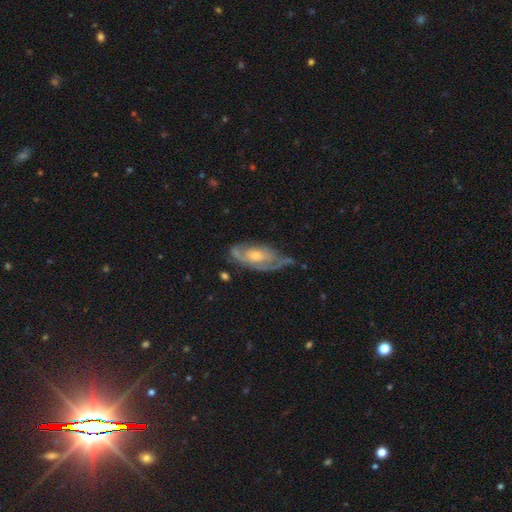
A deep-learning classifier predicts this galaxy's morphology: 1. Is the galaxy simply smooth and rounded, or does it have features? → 78% featured or disk, 16% smooth, 6% star or artifact.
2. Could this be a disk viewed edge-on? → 91% no, 9% yes.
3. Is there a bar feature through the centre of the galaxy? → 68% no, 27% weak, 6% strong.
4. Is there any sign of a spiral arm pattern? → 87% yes, 13% no.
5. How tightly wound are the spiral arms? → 51% tight, 36% medium, 13% loose.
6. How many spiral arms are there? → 49% 2, 28% can't tell, 12% 1, 7% 3, 2% 4, 2% more than 4.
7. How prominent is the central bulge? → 48% moderate, 46% small, 3% large, 2% none, 1% dominant.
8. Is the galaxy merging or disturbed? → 54% none, 28% minor disturbance, 15% major disturbance, 3% merger.